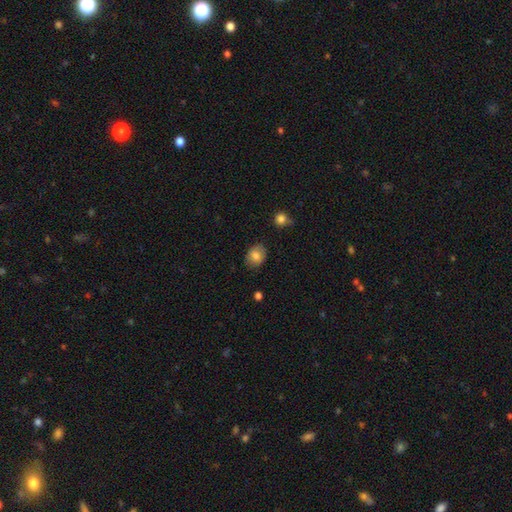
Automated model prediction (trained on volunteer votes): Smooth or featured?
  - smooth: 79% *
  - featured or disk: 13%
  - star or artifact: 8%
How rounded?
  - in between: 57% *
  - round: 42%
  - cigar-shaped: 1%
Merging?
  - none: 82% *
  - minor disturbance: 14%
  - major disturbance: 3%
  - merger: 1%